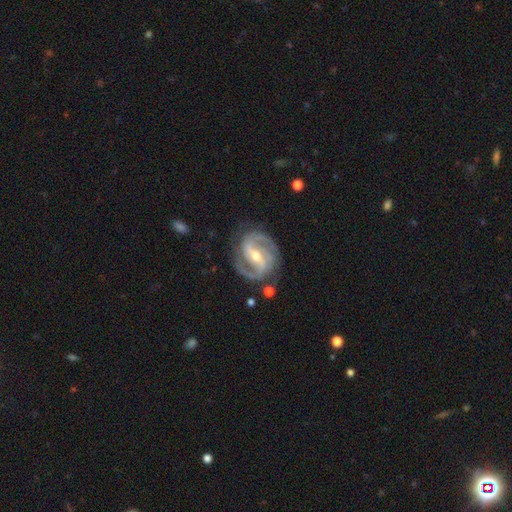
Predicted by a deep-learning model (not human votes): This is clearly a featured or disk galaxy (93%). It is clearly not viewed edge-on (97%). Bar: possibly strong (54%). Spiral arm pattern: clearly yes (98%). Spiral arm count: likely 2 (80%). Spiral winding: possibly medium (52%). Central bulge: possibly moderate (54%). Merging: likely none (79%).